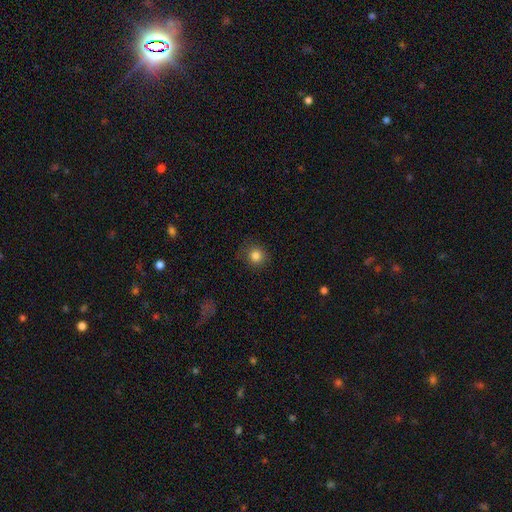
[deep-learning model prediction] smooth-or-featured: smooth: 83% | star or artifact: 12% | featured or disk: 5%
  how-rounded: round: 91% | in between: 8% | cigar-shaped: 1%
  merging: none: 86% | minor disturbance: 10% | major disturbance: 3% | merger: 1%